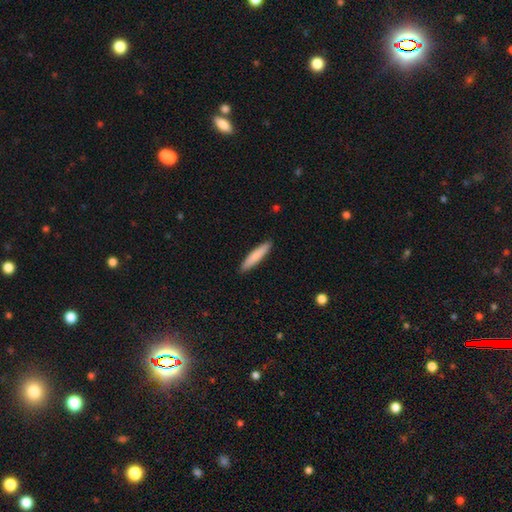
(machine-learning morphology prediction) This appears to be a smooth galaxy with no disk features (82%) that is cigar-shaped (89%). Merging: none (91%).